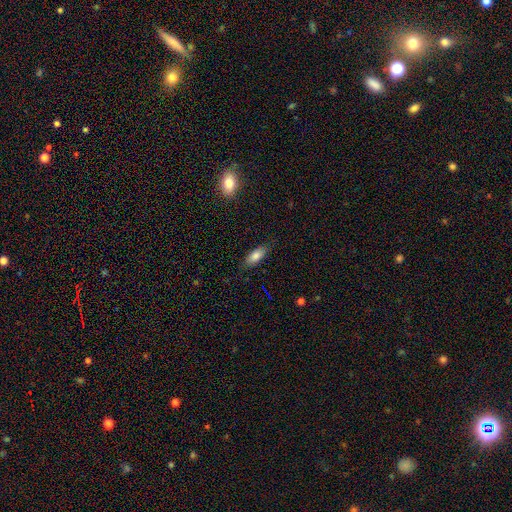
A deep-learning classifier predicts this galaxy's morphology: Q: Smooth or featured?
A: smooth (80%); runner-up: featured or disk (13%)
Q: How rounded?
A: in between (74%); runner-up: cigar-shaped (23%)
Q: Merging?
A: none (83%); runner-up: minor disturbance (13%)